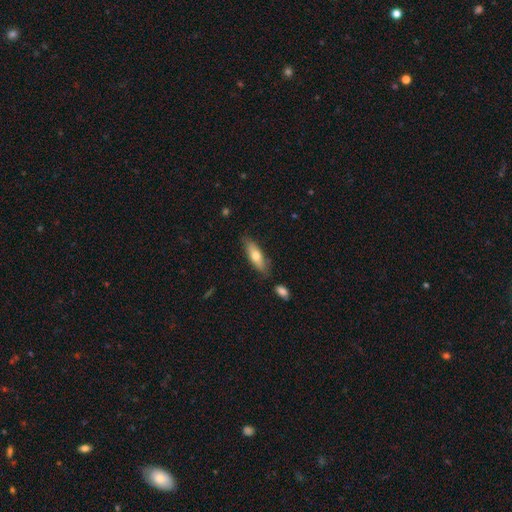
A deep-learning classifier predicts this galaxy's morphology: This appears to be a smooth galaxy with no disk features (66%) that is cigar-shaped (50%). Merging: none (79%).